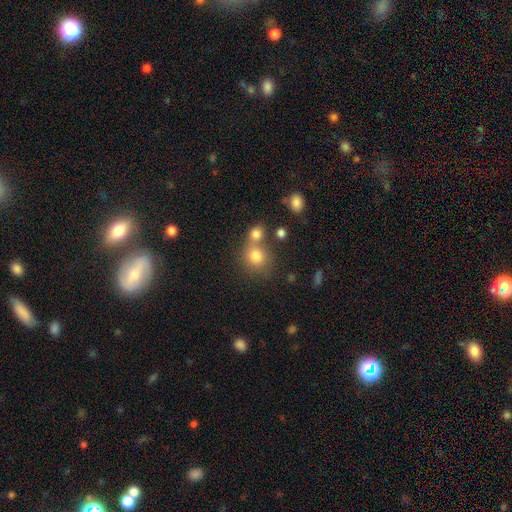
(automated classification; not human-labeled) This appears to be a smooth galaxy with no disk features (78%) that is round (82%). Merging: none (52%).